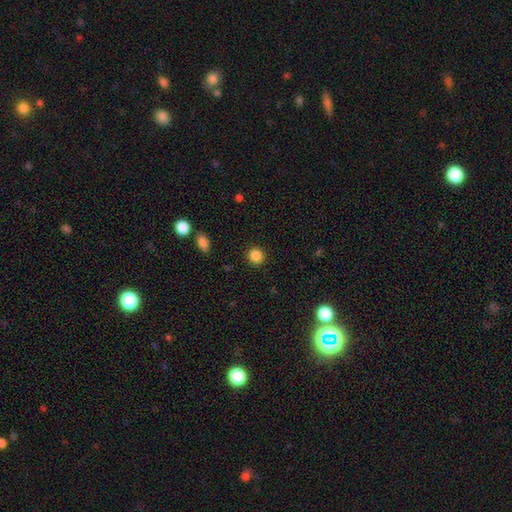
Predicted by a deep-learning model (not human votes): Smooth or featured? smooth (86%)
How rounded? round (91%)
Merging? none (91%)